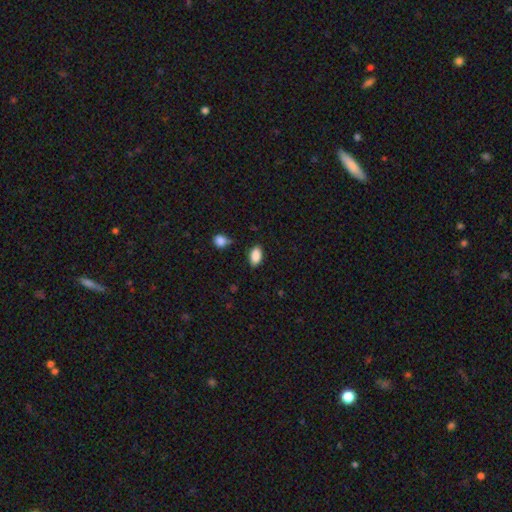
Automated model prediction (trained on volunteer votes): smooth 88%, star or artifact 8%, featured or disk 4%. Down the decision tree: how rounded — in between (90%); merging — none (80%).